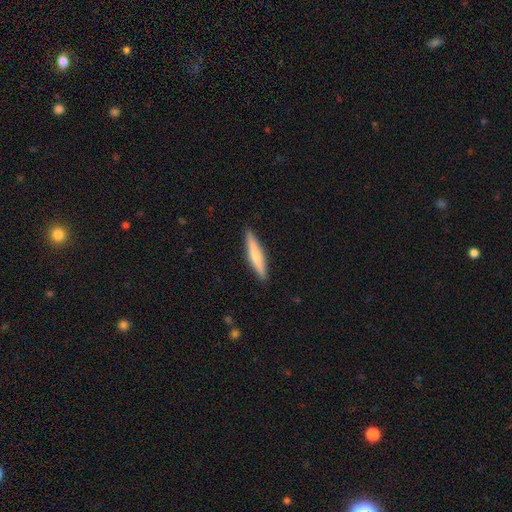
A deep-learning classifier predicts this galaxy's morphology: smooth-or-featured: smooth: 64% | featured or disk: 30% | star or artifact: 5%
  how-rounded: cigar-shaped: 90% | in between: 9% | round: 1%
  merging: none: 90% | minor disturbance: 8% | major disturbance: 2% | merger: 1%